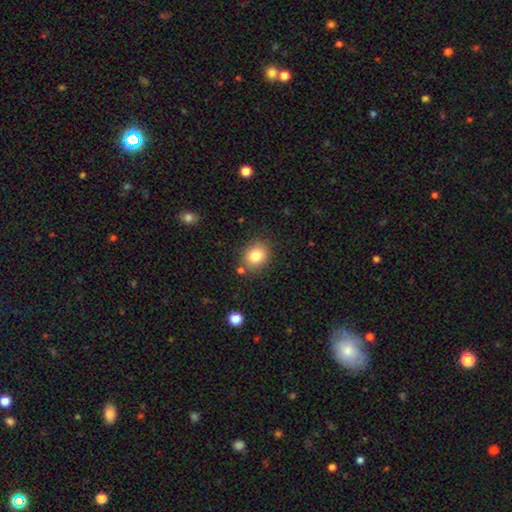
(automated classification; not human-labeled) smooth-or-featured: smooth: 81% | star or artifact: 10% | featured or disk: 8%
  how-rounded: round: 63% | in between: 36% | cigar-shaped: 1%
  merging: none: 82% | minor disturbance: 10% | merger: 5% | major disturbance: 3%